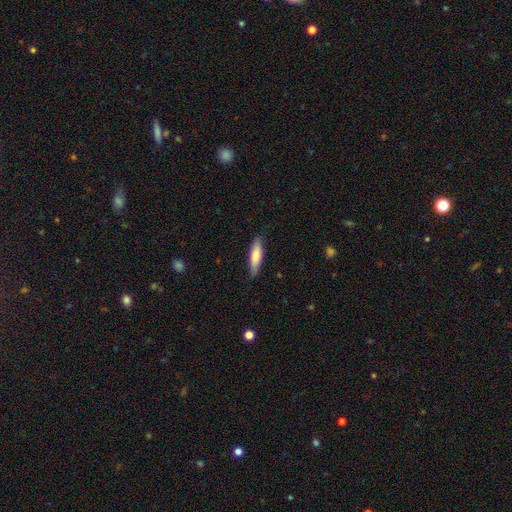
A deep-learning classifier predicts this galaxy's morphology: smooth_or_featured: smooth (p=0.73) [alt: featured or disk p=0.22]
how_rounded: cigar-shaped (p=0.72) [alt: in between p=0.26]
merging: none (p=0.85) [alt: minor disturbance p=0.12]